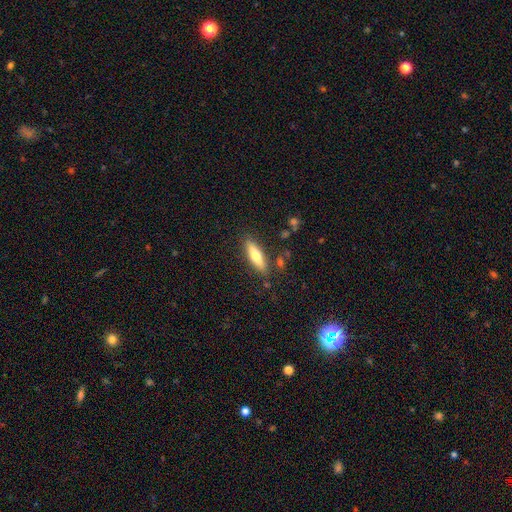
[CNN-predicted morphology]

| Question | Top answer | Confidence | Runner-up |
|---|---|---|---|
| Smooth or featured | smooth | 62% | featured or disk (32%) |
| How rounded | cigar-shaped | 61% | in between (37%) |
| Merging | none | 85% | minor disturbance (10%) |